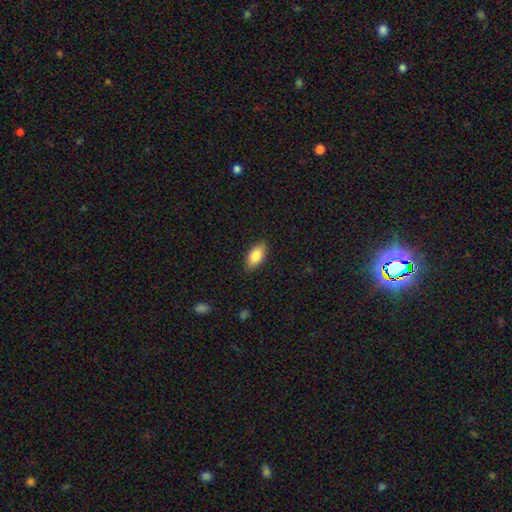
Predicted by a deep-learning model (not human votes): Smooth or featured? smooth (84%)
How rounded? in between (92%)
Merging? none (87%)